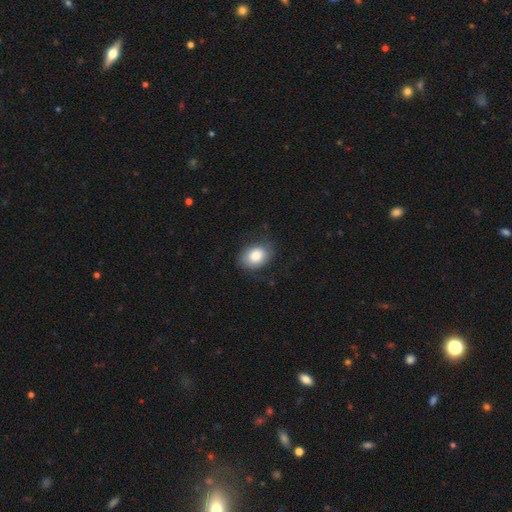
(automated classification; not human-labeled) smooth-or-featured: smooth: 81% | featured or disk: 12% | star or artifact: 7%
  how-rounded: in between: 69% | round: 30% | cigar-shaped: 1%
  merging: none: 75% | minor disturbance: 18% | major disturbance: 6% | merger: 1%